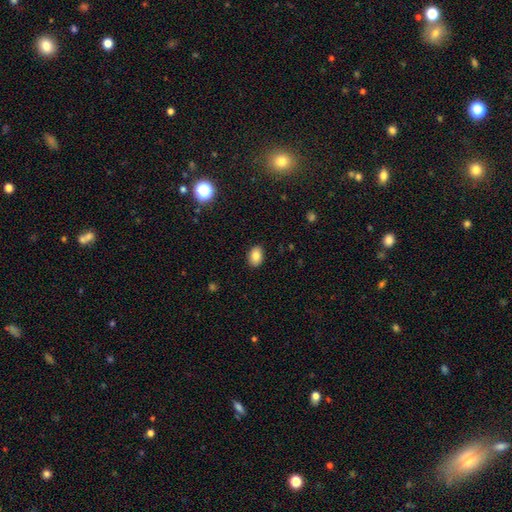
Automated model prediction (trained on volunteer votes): Smooth or featured?
  - smooth: 84% *
  - star or artifact: 9%
  - featured or disk: 7%
How rounded?
  - in between: 81% *
  - round: 18%
  - cigar-shaped: 1%
Merging?
  - none: 89% *
  - minor disturbance: 8%
  - major disturbance: 2%
  - merger: 1%